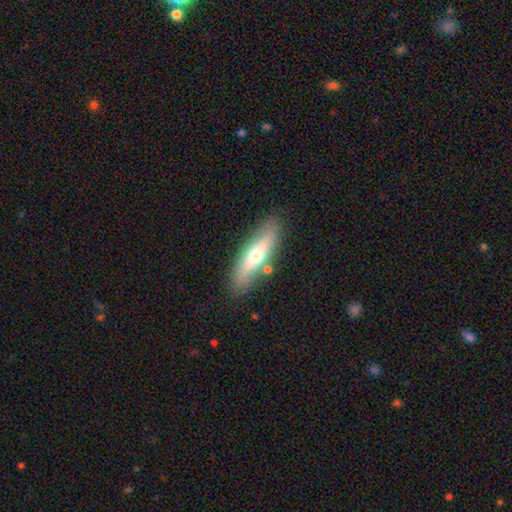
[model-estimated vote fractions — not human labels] This is possibly a smooth galaxy (51%). How rounded: possibly cigar-shaped (60%). Merging: clearly none (81%).